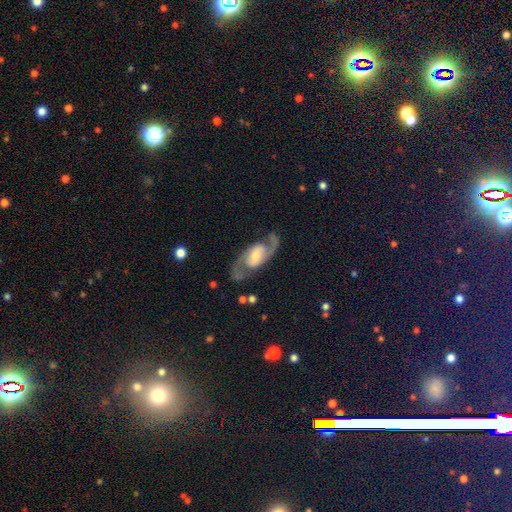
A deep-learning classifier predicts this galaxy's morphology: The model was most divided on "bar": no: 42%, weak: 39%, strong: 18%. Remaining: spiral arms — yes (96%); edge-on disk — no (96%); spiral arm count — 2 (93%); smooth or featured — featured or disk (88%); merging — none (77%); spiral winding — medium (53%); bulge size — moderate (48%).